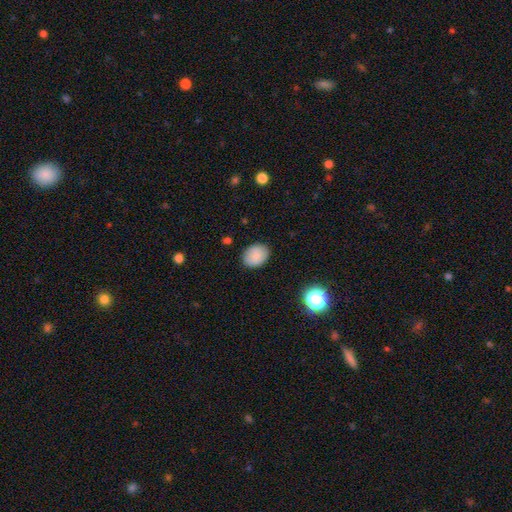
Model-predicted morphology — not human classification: This is clearly a smooth galaxy (84%). How rounded: possibly in between (58%). Merging: clearly none (86%).